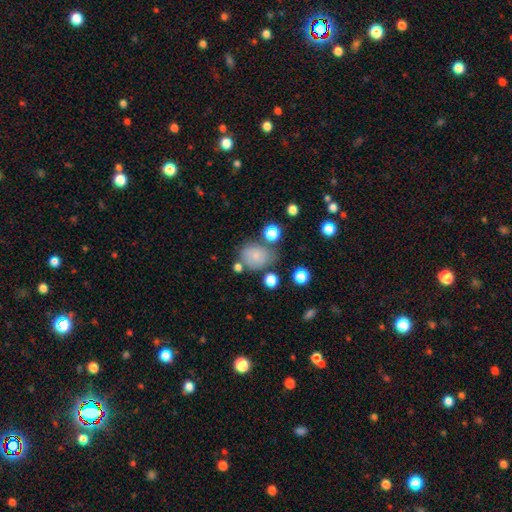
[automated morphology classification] The model was most divided on "how rounded": round: 55%, in between: 44%, cigar-shaped: 1%. More confident: smooth or featured — smooth (76%); merging — none (59%).